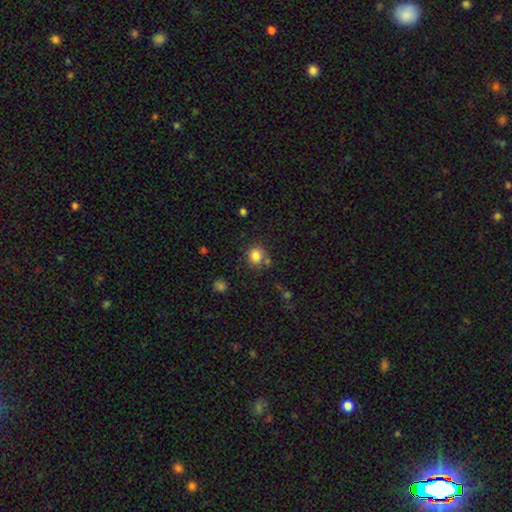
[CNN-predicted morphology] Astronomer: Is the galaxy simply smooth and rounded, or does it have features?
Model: smooth — 83%.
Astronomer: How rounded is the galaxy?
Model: round — 84%.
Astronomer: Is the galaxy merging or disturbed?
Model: none — 74%.